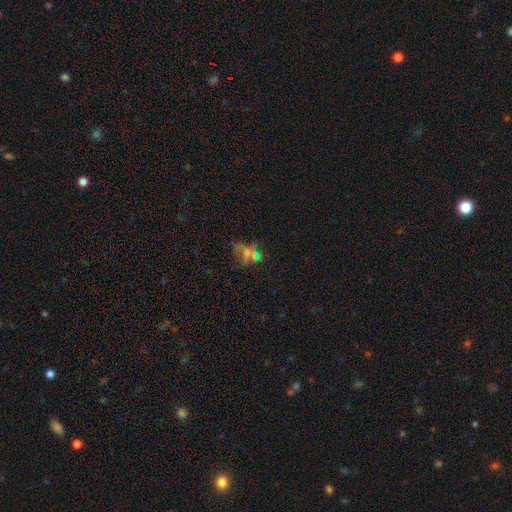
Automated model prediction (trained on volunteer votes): Smooth or featured? Predicted: star or artifact (p=0.47).